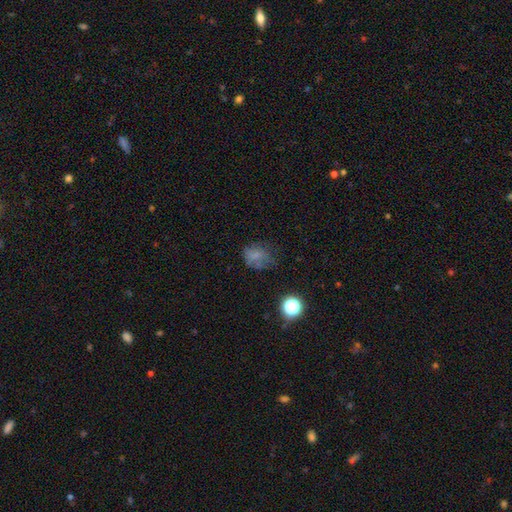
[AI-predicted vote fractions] smooth-or-featured: smooth: 62% | featured or disk: 19% | star or artifact: 19%
  how-rounded: round: 54% | in between: 45% | cigar-shaped: 1%
  merging: none: 47% | minor disturbance: 28% | major disturbance: 22% | merger: 3%